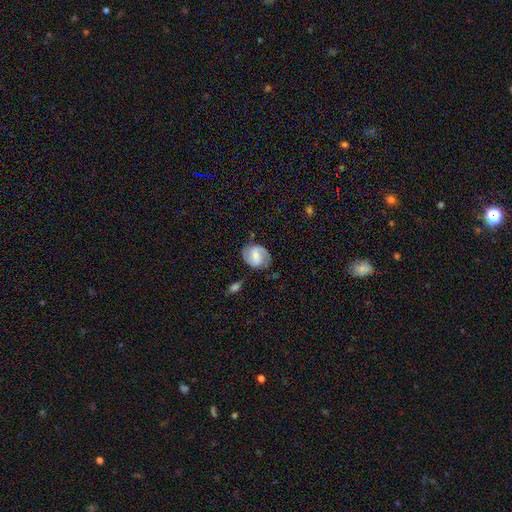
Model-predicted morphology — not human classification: Smooth or featured? Predicted: featured or disk (p=0.71). Edge-on disk? Predicted: no (p=0.98). Bar? Predicted: weak (p=0.50). Spiral arms? Predicted: yes (p=0.92). Spiral winding? Predicted: medium (p=0.48). Spiral arm count? Predicted: 2 (p=0.87). Bulge size? Predicted: small (p=0.45). Merging? Predicted: none (p=0.76).